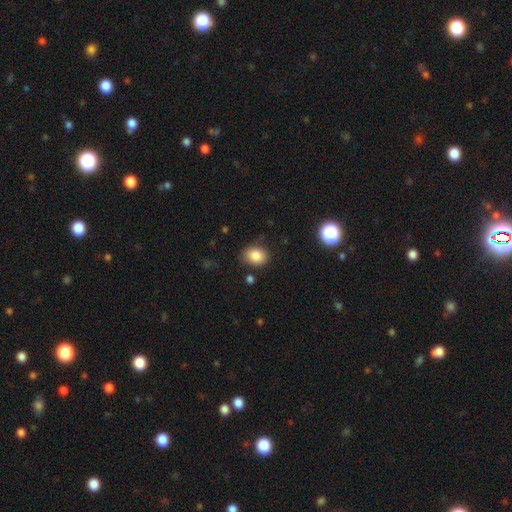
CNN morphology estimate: Smooth or featured? Predicted: smooth (p=0.84). How rounded? Predicted: in between (p=0.53). Merging? Predicted: none (p=0.81).